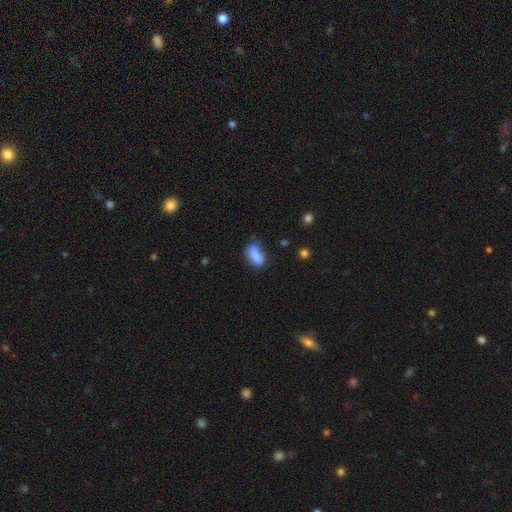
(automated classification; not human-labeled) Smooth or featured: smooth — 79% (featured or disk — 12%)
How rounded: in between — 77% (cigar-shaped — 18%)
Merging: none — 50% (minor disturbance — 30%)